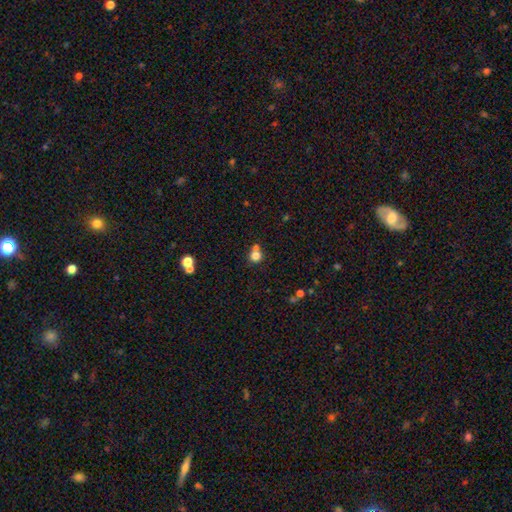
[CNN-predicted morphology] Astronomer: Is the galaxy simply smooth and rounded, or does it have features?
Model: smooth — 78%.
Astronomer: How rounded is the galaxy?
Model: round — 89%.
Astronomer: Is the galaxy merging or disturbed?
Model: none — 55% (runner-up: merger, 33%).